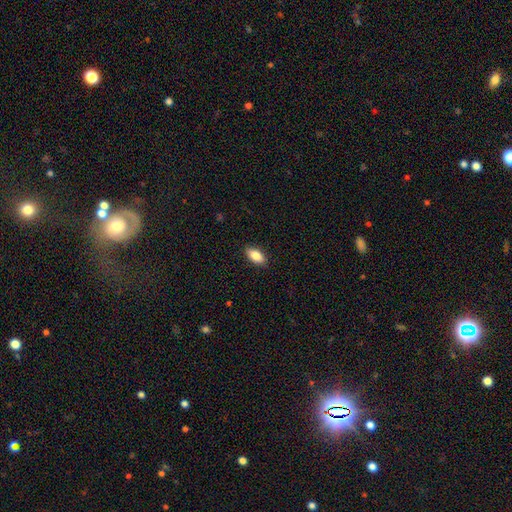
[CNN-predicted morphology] Smooth or featured? smooth (84%)
How rounded? in between (90%)
Merging? none (89%)